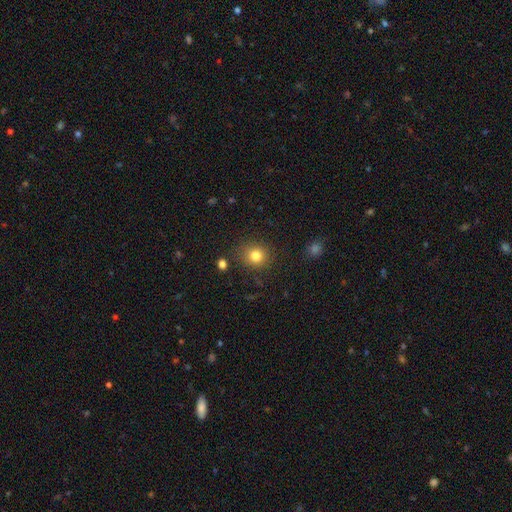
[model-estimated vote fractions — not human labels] Morphology: type=smooth (81%); roundness=round (82%); merging=none (85%).